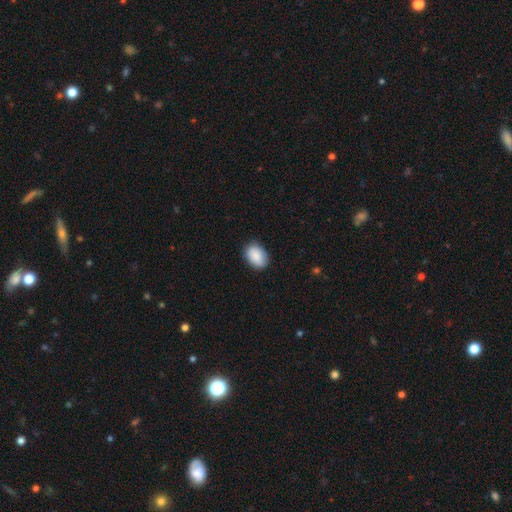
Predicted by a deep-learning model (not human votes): smooth_or_featured: smooth (p=0.89) [alt: star or artifact p=0.06]
how_rounded: in between (p=0.82) [alt: round p=0.17]
merging: none (p=0.85) [alt: minor disturbance p=0.12]